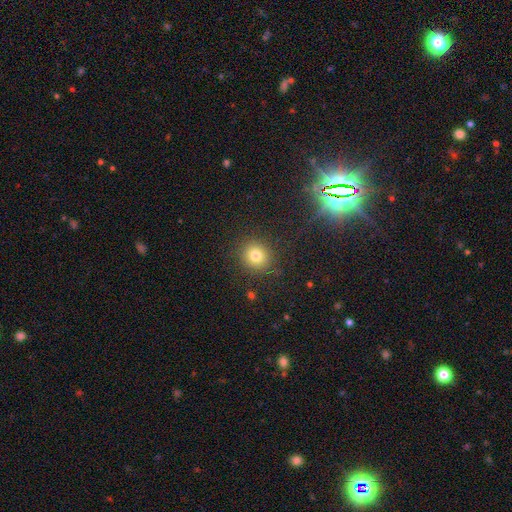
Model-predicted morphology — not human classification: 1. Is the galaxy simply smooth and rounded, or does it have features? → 78% smooth, 14% star or artifact, 8% featured or disk.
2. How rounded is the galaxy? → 86% round, 13% in between, 1% cigar-shaped.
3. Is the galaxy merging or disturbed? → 88% none, 8% minor disturbance, 3% major disturbance, 2% merger.